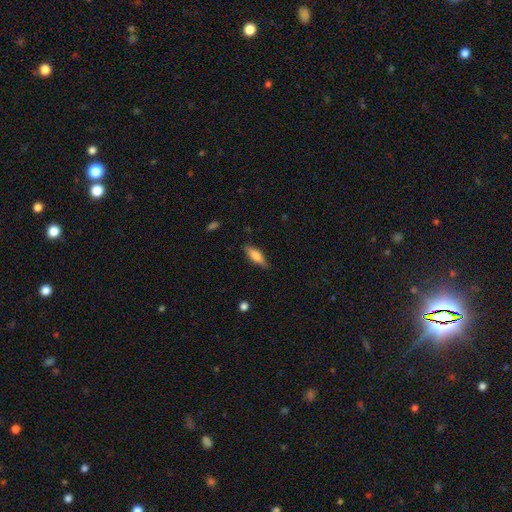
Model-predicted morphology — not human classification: Smooth or featured? smooth (66%)
How rounded? in between (51%)
Merging? none (83%)